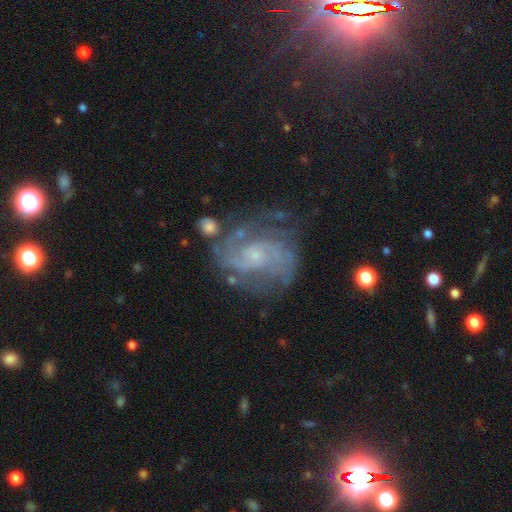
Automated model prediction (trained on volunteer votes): Smooth or featured? featured or disk (85%)
Edge-on disk? no (98%)
Bar? no (62%)
Spiral arms? yes (96%)
Spiral winding? medium (47%)
Spiral arm count? 2 (55%)
Bulge size? small (76%)
Merging? none (65%)